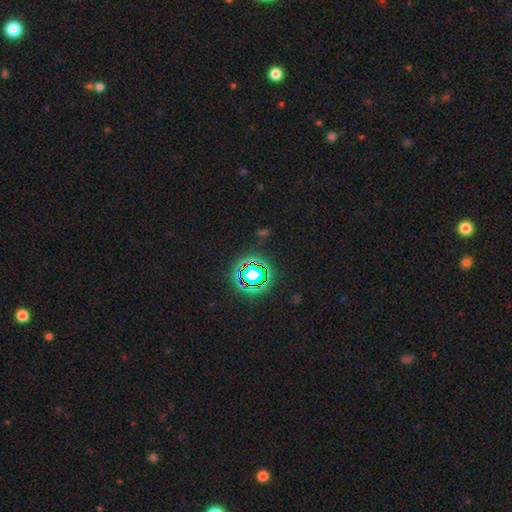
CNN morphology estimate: Smooth or featured? Predicted: star or artifact (p=0.79).